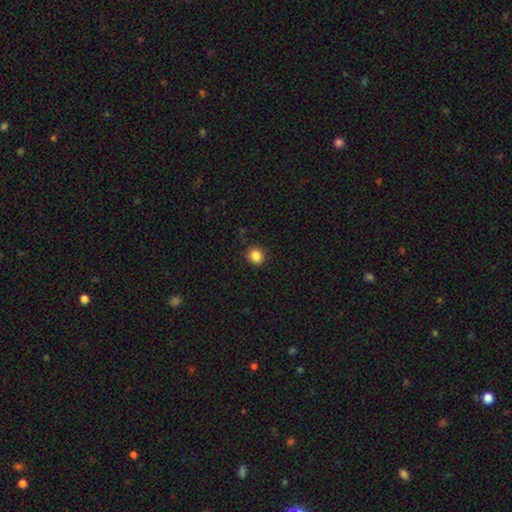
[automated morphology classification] smooth_or_featured: smooth (p=0.86) [alt: star or artifact p=0.11]
how_rounded: round (p=0.77) [alt: in between p=0.22]
merging: none (p=0.89) [alt: minor disturbance p=0.08]